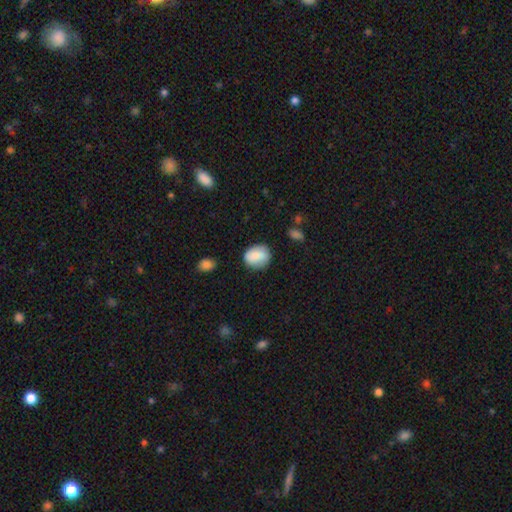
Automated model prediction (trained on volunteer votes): The model was most divided on "how rounded": round: 62%, in between: 37%, cigar-shaped: 1%. More confident: smooth or featured — smooth (78%); merging — none (76%).